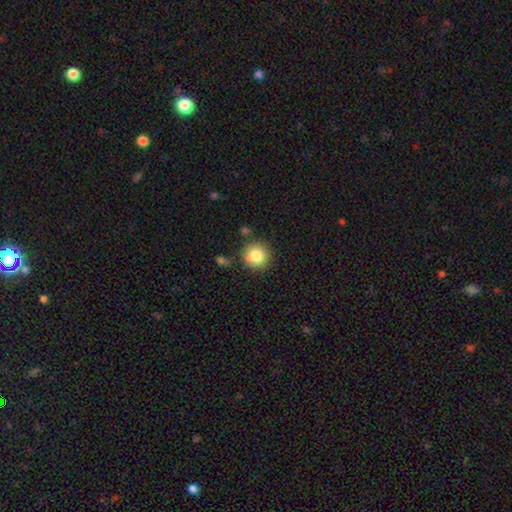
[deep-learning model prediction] Smooth or featured? Predicted: smooth (p=0.83). How rounded? Predicted: round (p=0.92). Merging? Predicted: none (p=0.84).